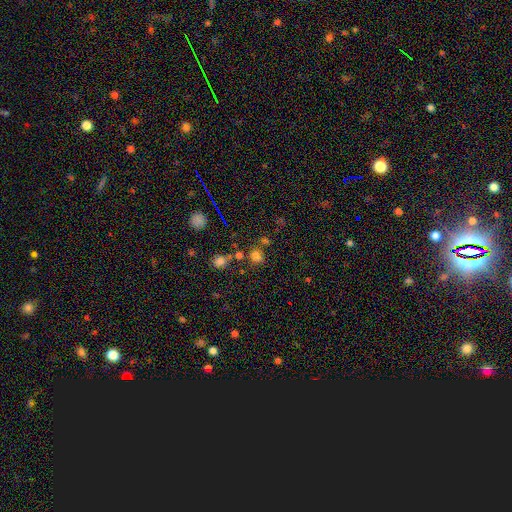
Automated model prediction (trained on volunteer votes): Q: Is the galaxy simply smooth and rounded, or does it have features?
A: smooth — 74%.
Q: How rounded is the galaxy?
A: round — 75%.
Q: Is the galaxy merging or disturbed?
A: none — 68%.